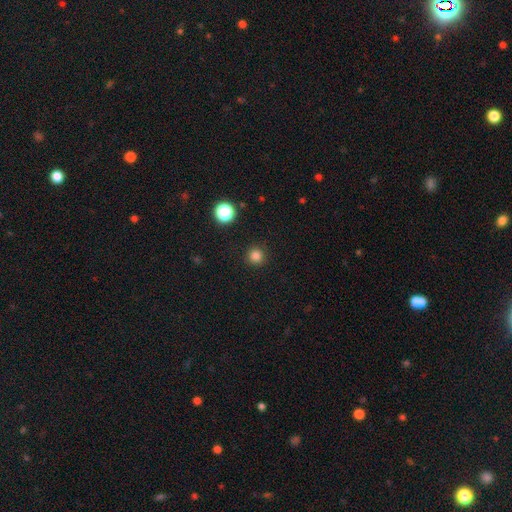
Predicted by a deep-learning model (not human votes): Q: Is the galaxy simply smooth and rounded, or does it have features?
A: smooth — 82%.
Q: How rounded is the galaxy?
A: round — 95%.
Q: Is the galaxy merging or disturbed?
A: none — 92%.